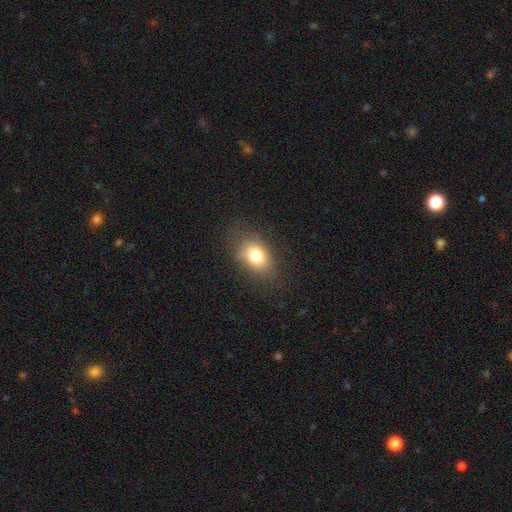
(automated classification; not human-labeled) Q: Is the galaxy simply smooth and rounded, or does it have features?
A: smooth — 79%.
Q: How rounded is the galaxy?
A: in between — 71%.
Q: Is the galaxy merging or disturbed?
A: none — 76%.